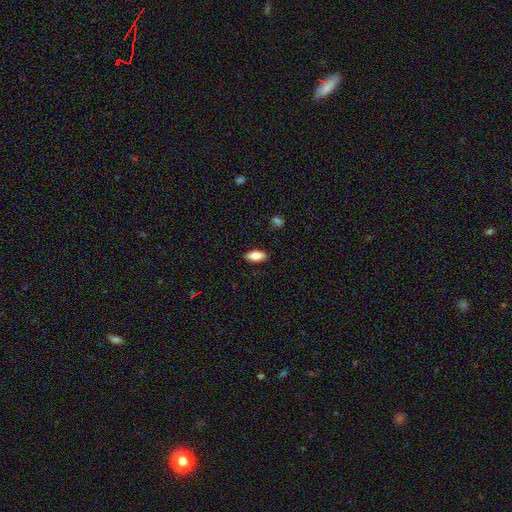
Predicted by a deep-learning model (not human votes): Morphology: type=smooth (80%); roundness=in between (84%); merging=none (88%).